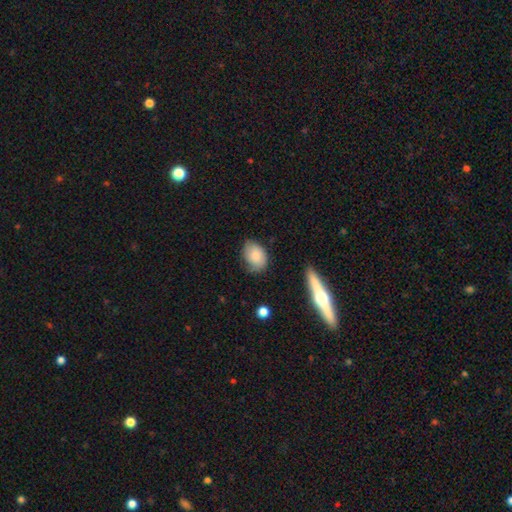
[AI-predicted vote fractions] This appears to be a smooth galaxy with no disk features (80%) that is in between round and cigar-shaped (73%). Merging: none (65%).